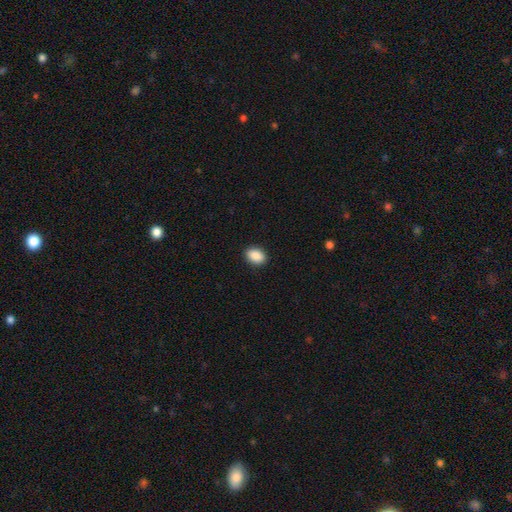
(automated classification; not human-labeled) Q: Smooth or featured?
A: smooth (90%); runner-up: star or artifact (7%)
Q: How rounded?
A: in between (80%); runner-up: round (19%)
Q: Merging?
A: none (91%); runner-up: minor disturbance (7%)